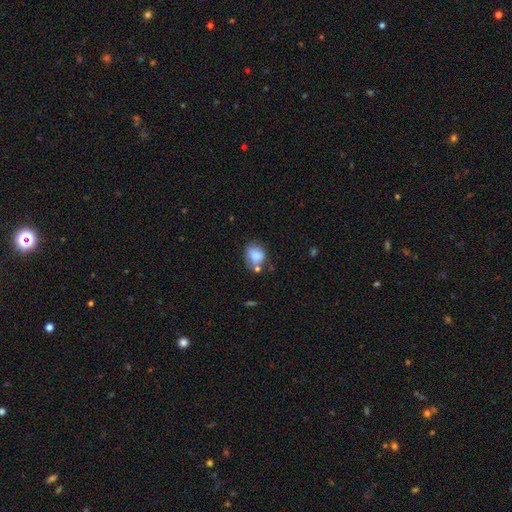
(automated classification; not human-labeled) Smooth or featured? smooth (74%)
How rounded? in between (55%)
Merging? none (46%)